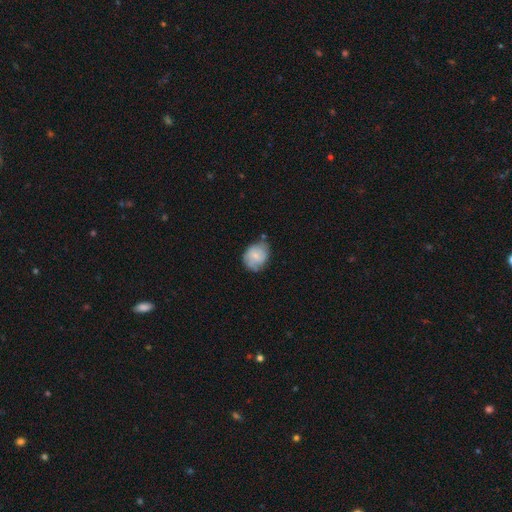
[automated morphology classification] Q: Smooth or featured?
A: smooth (63%); runner-up: featured or disk (30%)
Q: How rounded?
A: round (52%); runner-up: in between (47%)
Q: Merging?
A: none (58%); runner-up: minor disturbance (30%)